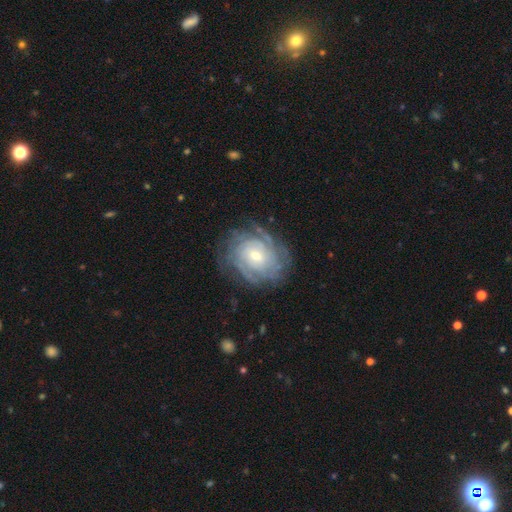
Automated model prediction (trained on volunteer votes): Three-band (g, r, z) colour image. It shows a featured or disk galaxy (84%) with no bar (63%), tight (77%) spiral arms (95%) and a small central bulge (53%). Merging: none (77%).